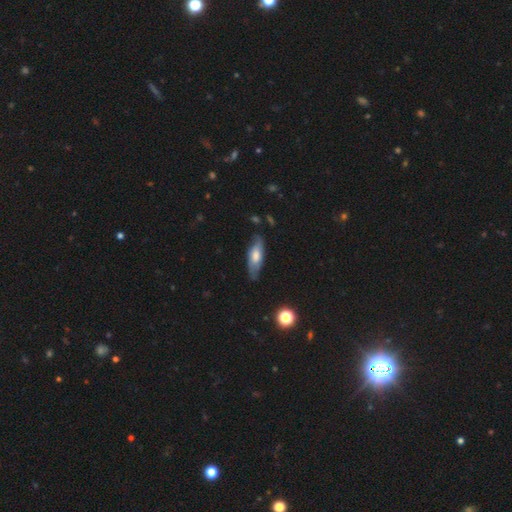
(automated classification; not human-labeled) Smooth or featured: smooth — 55% (featured or disk — 39%)
How rounded: in between — 61% (cigar-shaped — 37%)
Merging: none — 72% (minor disturbance — 21%)